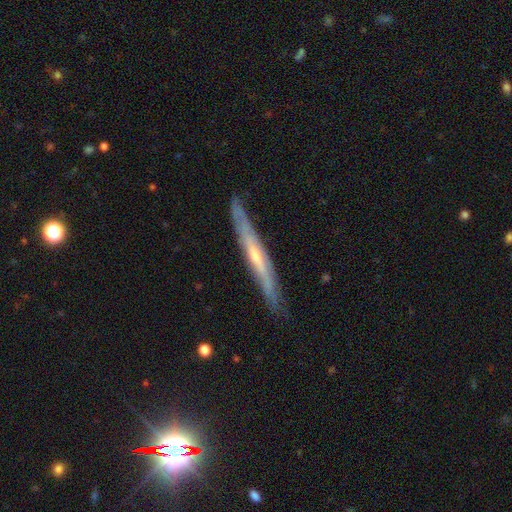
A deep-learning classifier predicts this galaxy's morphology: This is likely a featured or disk galaxy (64%). It is clearly viewed edge-on (84%). Edge-on bulge: possibly none (58%). Merging: clearly none (82%).